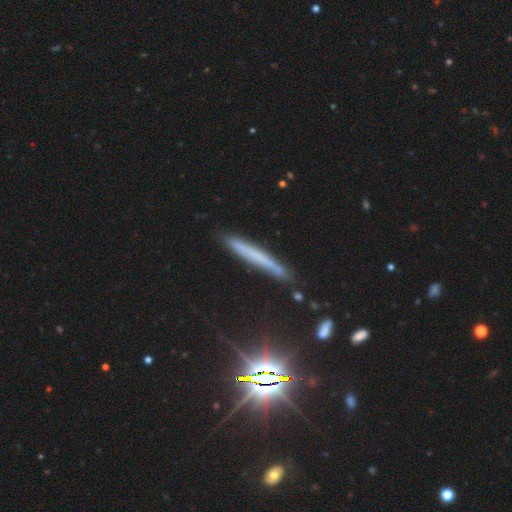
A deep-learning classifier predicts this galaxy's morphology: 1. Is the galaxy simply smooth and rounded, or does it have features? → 50% smooth, 35% featured or disk, 15% star or artifact.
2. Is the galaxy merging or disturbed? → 82% none, 13% minor disturbance, 2% major disturbance, 2% merger.